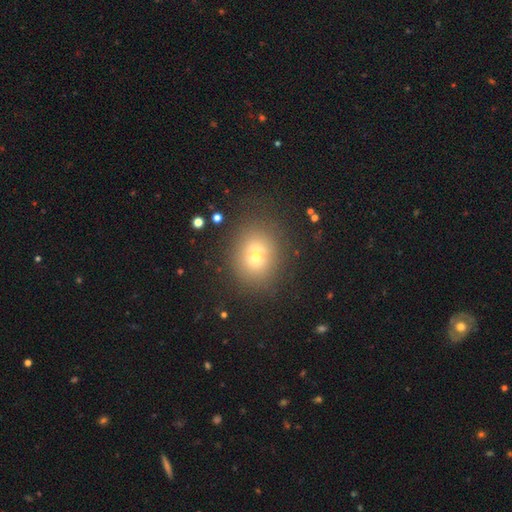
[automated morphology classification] The model was most divided on "how rounded": round: 67%, in between: 31%, cigar-shaped: 1%. More confident: merging — none (74%); smooth or featured — smooth (66%).